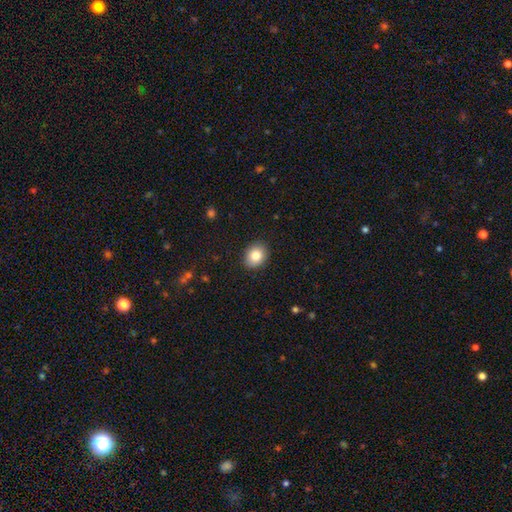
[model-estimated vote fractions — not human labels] Smooth or featured: smooth — 84% (star or artifact — 8%)
How rounded: in between — 51% (round — 48%)
Merging: none — 89% (minor disturbance — 8%)